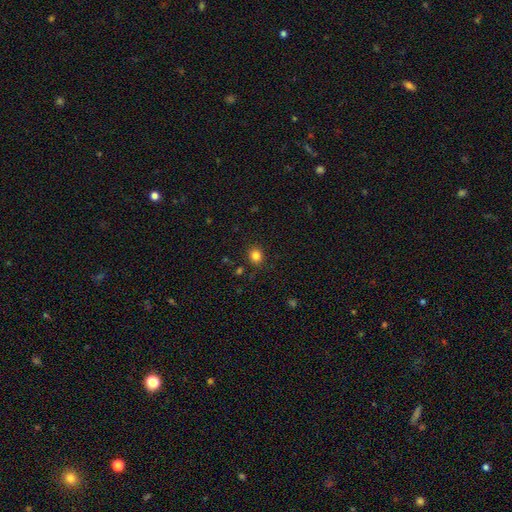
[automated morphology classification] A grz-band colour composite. It shows a smooth galaxy with no disk features (83%) that is round (79%). Merging: none (88%).